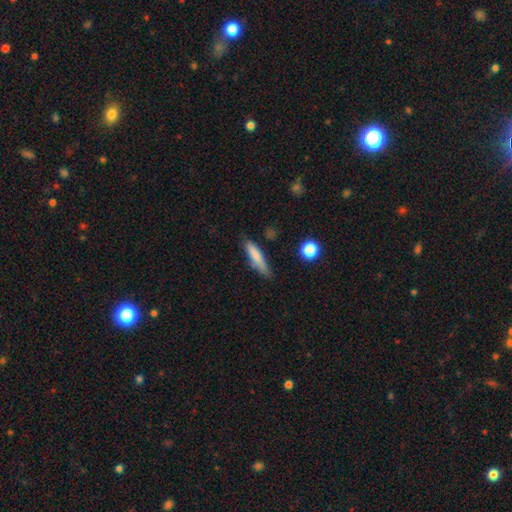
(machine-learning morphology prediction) A smooth galaxy with no disk features (78%) that is cigar-shaped (81%).

Vote fractions:
- Smooth or featured? smooth: 78% / featured or disk: 15% / star or artifact: 7%
- How rounded? cigar-shaped: 81% / in between: 17% / round: 2%
- Merging? none: 73% / minor disturbance: 20% / major disturbance: 4% / merger: 3%